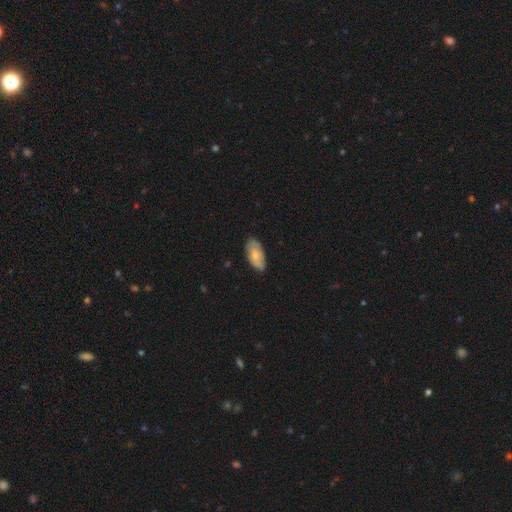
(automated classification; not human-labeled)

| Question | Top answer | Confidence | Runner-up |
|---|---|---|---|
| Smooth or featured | smooth | 62% | featured or disk (32%) |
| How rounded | in between | 93% | cigar-shaped (4%) |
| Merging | none | 74% | minor disturbance (22%) |